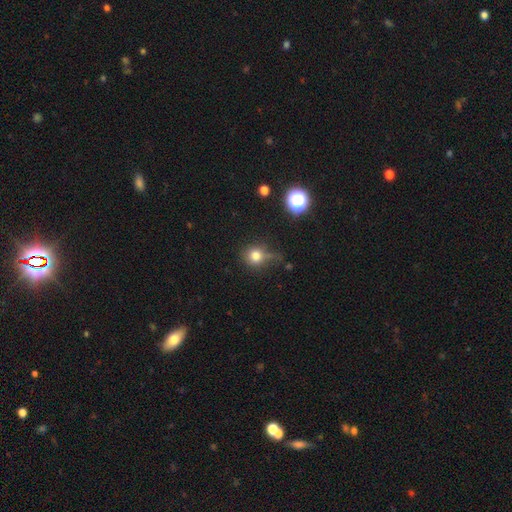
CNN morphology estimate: Smooth or featured? Predicted: smooth (p=0.76). How rounded? Predicted: round (p=0.85). Merging? Predicted: none (p=0.52).